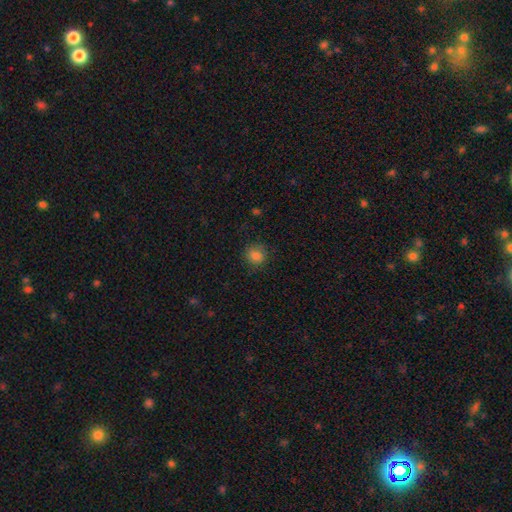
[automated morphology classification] smooth 83%, star or artifact 11%, featured or disk 6%. Down the decision tree: how rounded — round (84%); merging — none (83%).